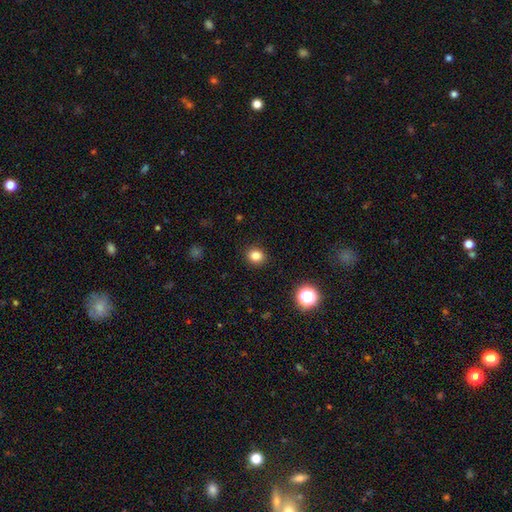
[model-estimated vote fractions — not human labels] Q: Smooth or featured?
A: smooth (83%); runner-up: star or artifact (13%)
Q: How rounded?
A: round (71%); runner-up: in between (28%)
Q: Merging?
A: none (90%); runner-up: minor disturbance (7%)